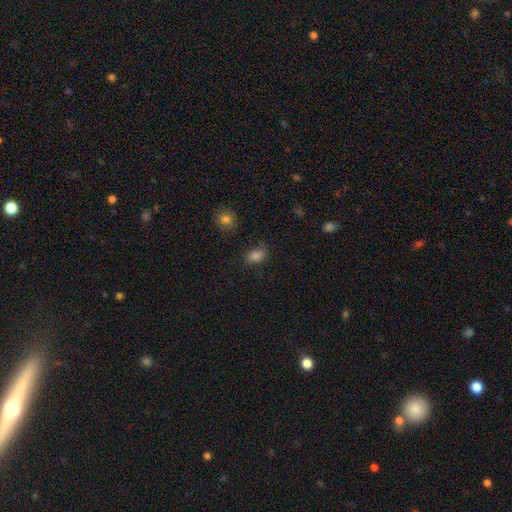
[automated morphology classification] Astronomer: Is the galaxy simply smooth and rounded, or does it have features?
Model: smooth — 82%.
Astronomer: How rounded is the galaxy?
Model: in between — 81%.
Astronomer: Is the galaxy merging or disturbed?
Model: none — 73%.